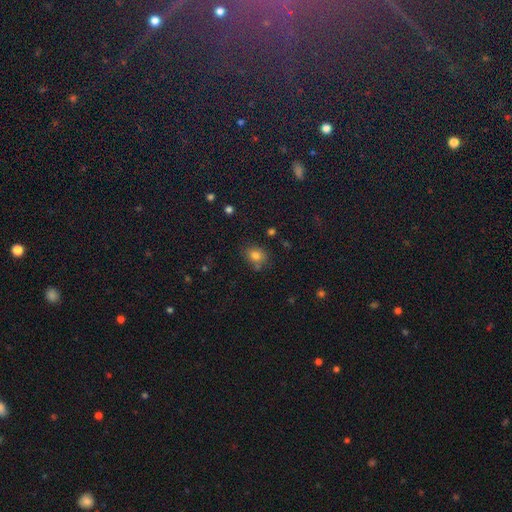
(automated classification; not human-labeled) Overall: smooth (78%). How rounded: round (51%; in between 48%). Merging: none (72%).